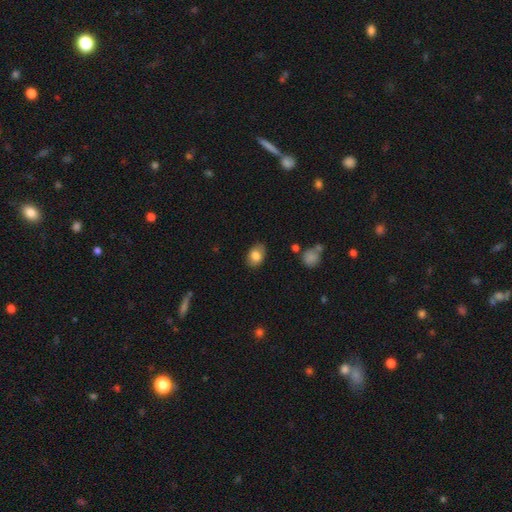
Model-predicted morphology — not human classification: Smooth or featured? Predicted: smooth (p=0.80). How rounded? Predicted: in between (p=0.82). Merging? Predicted: none (p=0.81).